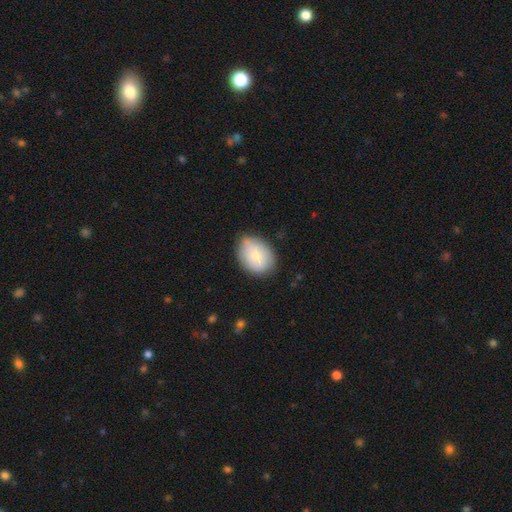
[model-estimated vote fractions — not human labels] Q: Smooth or featured?
A: smooth (73%); runner-up: featured or disk (20%)
Q: How rounded?
A: in between (72%); runner-up: round (27%)
Q: Merging?
A: none (76%); runner-up: minor disturbance (19%)